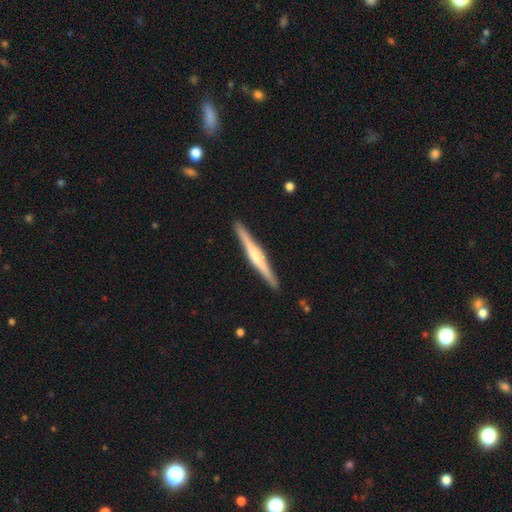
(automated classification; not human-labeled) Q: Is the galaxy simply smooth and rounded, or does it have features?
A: featured or disk — 74%.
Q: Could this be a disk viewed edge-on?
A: yes — 98%.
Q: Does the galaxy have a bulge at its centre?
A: rounded — 77%.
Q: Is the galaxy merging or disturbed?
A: none — 91%.